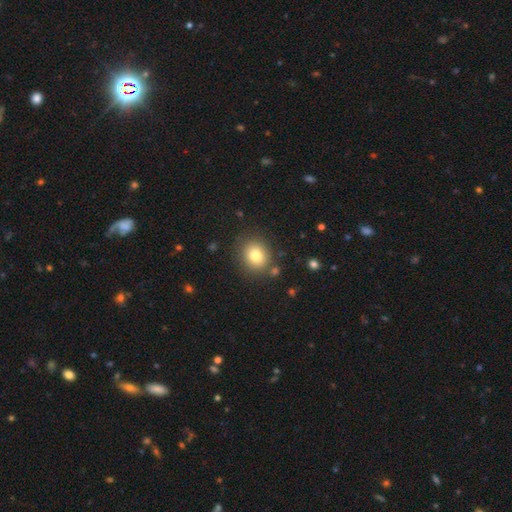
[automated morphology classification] The model was most divided on "how rounded": round: 75%, in between: 24%, cigar-shaped: 1%. More confident: merging — none (84%); smooth or featured — smooth (80%).